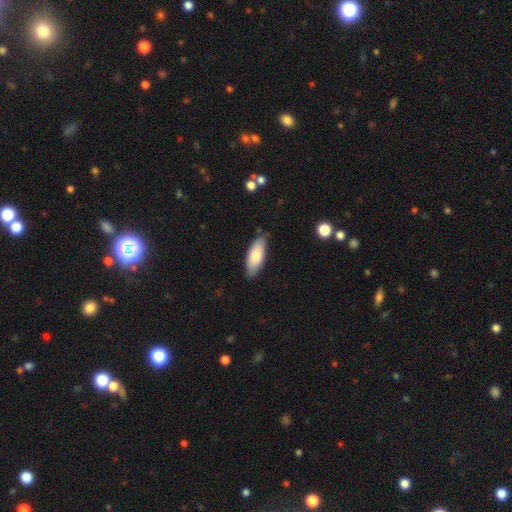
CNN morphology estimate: Q: Smooth or featured?
A: smooth (78%); runner-up: featured or disk (16%)
Q: How rounded?
A: in between (78%); runner-up: cigar-shaped (20%)
Q: Merging?
A: none (82%); runner-up: minor disturbance (14%)